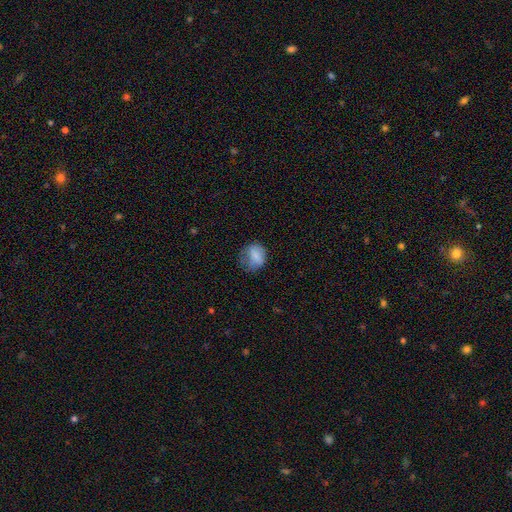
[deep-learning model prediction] Smooth or featured? Predicted: smooth (p=0.78). How rounded? Predicted: round (p=0.57). Merging? Predicted: none (p=0.53).